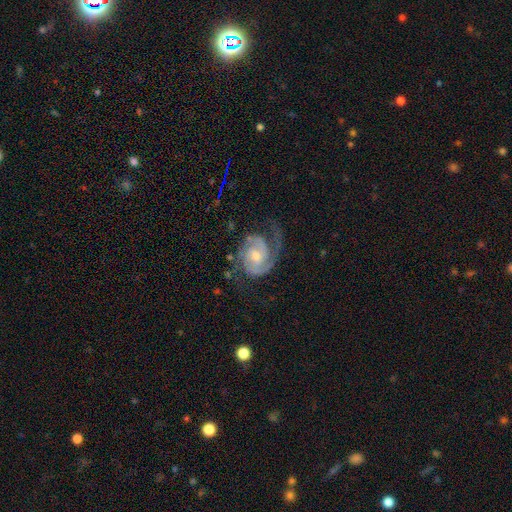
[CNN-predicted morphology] A featured or disk galaxy (91%) with no bar (53%), 2 (76%) tight (52%) spiral arms (98%) and a moderate central bulge (49%). Merging: none (67%).